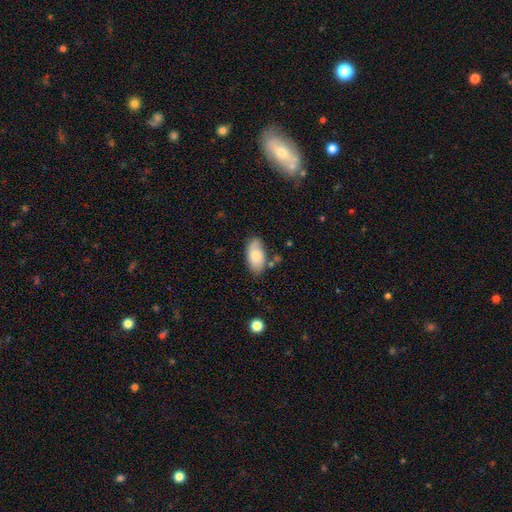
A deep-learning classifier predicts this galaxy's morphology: Smooth or featured: smooth — 79% (featured or disk — 14%)
How rounded: in between — 94% (cigar-shaped — 3%)
Merging: none — 74% (minor disturbance — 18%)